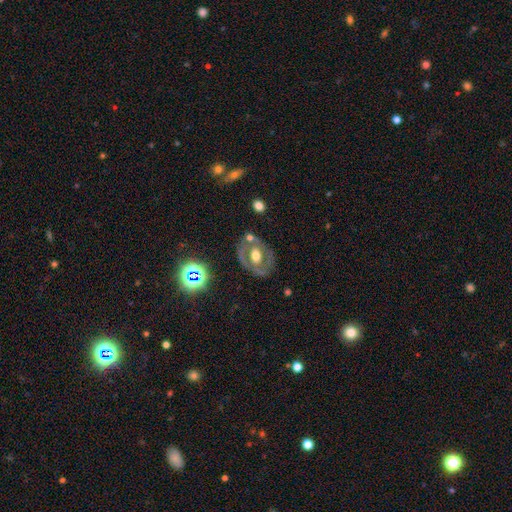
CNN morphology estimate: Q: Smooth or featured?
A: featured or disk (64%); runner-up: smooth (27%)
Q: Edge-on disk?
A: no (93%); runner-up: yes (7%)
Q: Bar?
A: no (63%); runner-up: weak (24%)
Q: Spiral arms?
A: no (73%); runner-up: yes (27%)
Q: Bulge size?
A: moderate (60%); runner-up: large (28%)
Q: Merging?
A: none (66%); runner-up: minor disturbance (17%)